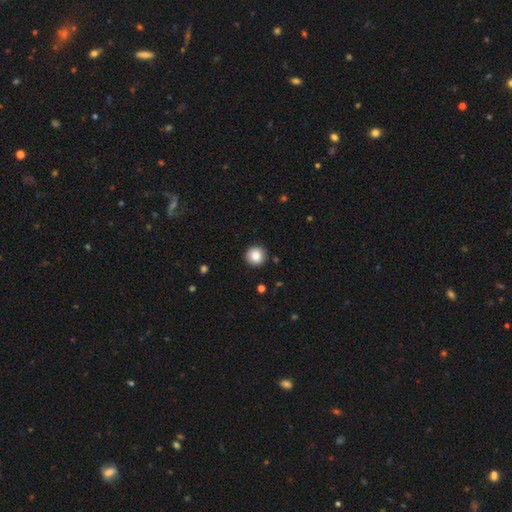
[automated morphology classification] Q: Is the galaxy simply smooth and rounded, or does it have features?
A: smooth — 86%.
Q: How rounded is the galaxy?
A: round — 95%.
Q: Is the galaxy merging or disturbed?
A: none — 91%.